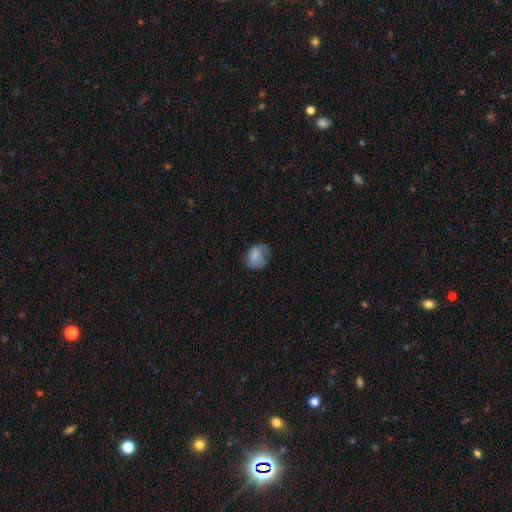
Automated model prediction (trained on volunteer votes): A smooth galaxy with no disk features (76%) that is round (51%).

Vote fractions:
- Smooth or featured? smooth: 76% / featured or disk: 15% / star or artifact: 10%
- How rounded? round: 51% / in between: 48% / cigar-shaped: 1%
- Merging? none: 46% / minor disturbance: 32% / major disturbance: 20% / merger: 2%